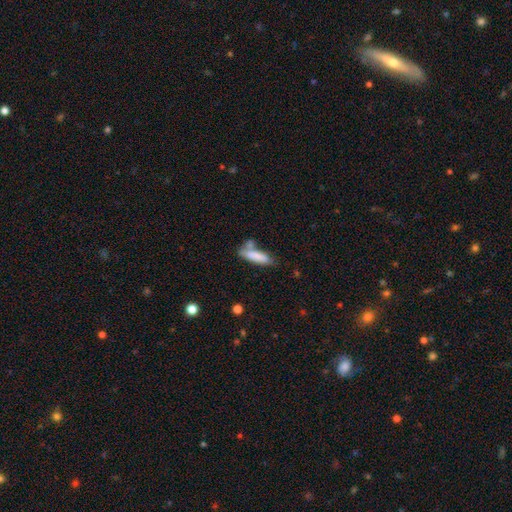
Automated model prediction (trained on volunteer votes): Smooth or featured? Predicted: smooth (p=0.80). How rounded? Predicted: cigar-shaped (p=0.58). Merging? Predicted: none (p=0.48).